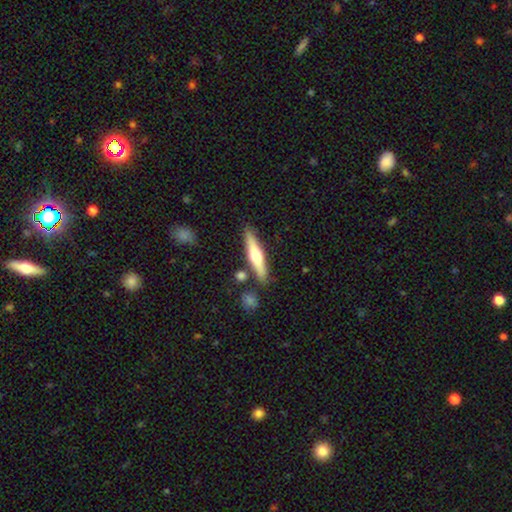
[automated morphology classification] type=featured or disk (51%); edge-on=yes (94%); merging=none (82%).